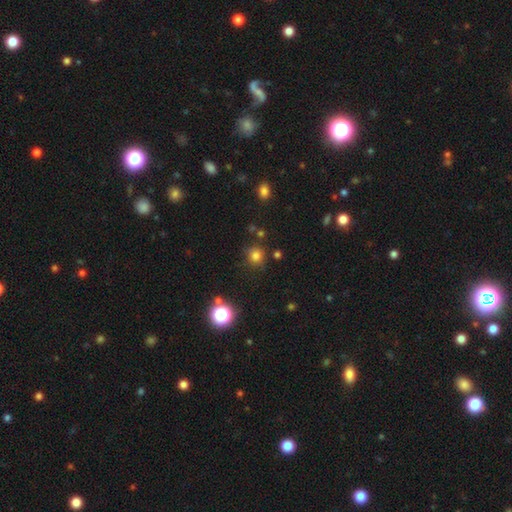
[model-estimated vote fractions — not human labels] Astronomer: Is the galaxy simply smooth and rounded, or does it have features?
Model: smooth — 78%.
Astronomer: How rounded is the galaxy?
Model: round — 90%.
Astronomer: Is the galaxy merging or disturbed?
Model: none — 81%.